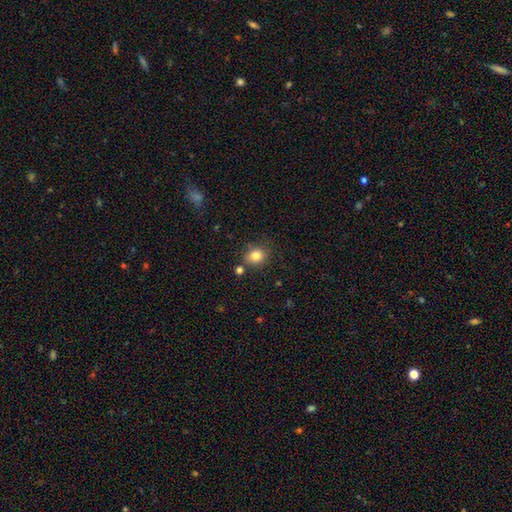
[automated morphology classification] Smooth or featured?
  - smooth: 82% *
  - star or artifact: 11%
  - featured or disk: 7%
How rounded?
  - round: 68% *
  - in between: 32%
  - cigar-shaped: 1%
Merging?
  - none: 74% *
  - minor disturbance: 14%
  - merger: 8%
  - major disturbance: 4%